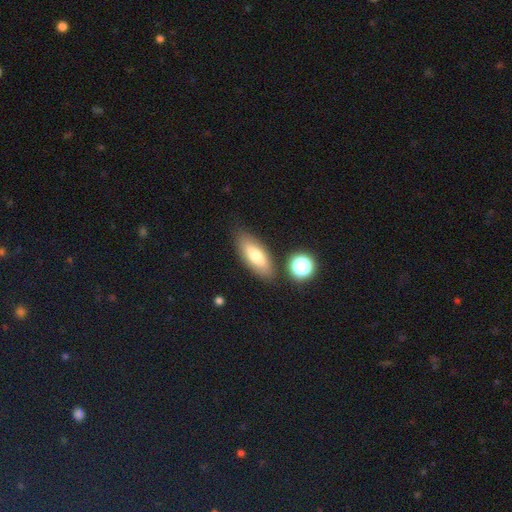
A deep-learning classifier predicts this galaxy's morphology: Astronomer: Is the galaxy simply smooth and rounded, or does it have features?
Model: smooth — 69%.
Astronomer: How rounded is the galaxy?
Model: in between — 72%.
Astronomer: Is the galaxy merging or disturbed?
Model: none — 80%.